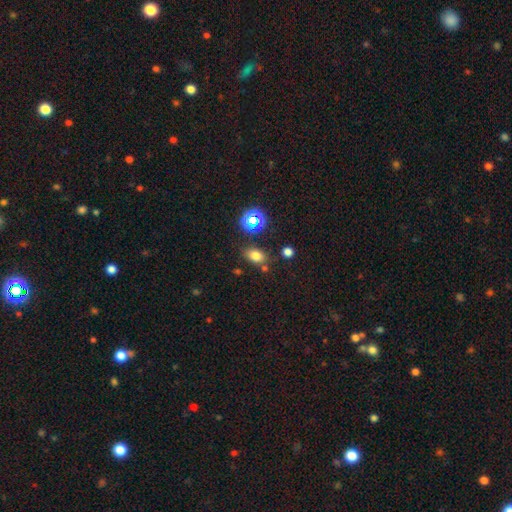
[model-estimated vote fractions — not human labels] smooth 74%, star or artifact 18%, featured or disk 8%. Down the decision tree: how rounded — in between (75%); merging — none (74%).